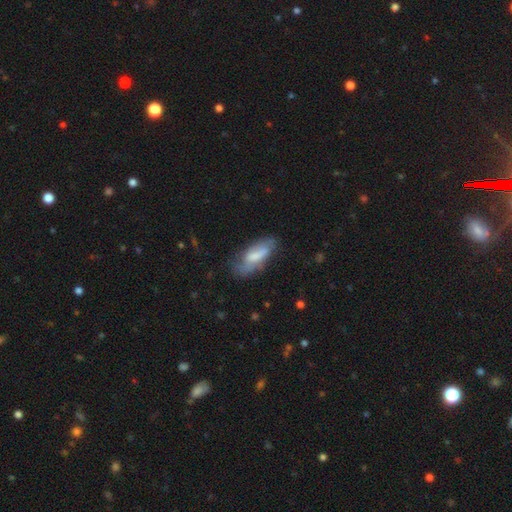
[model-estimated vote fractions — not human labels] Smooth or featured? smooth (58%)
How rounded? in between (71%)
Merging? none (54%)